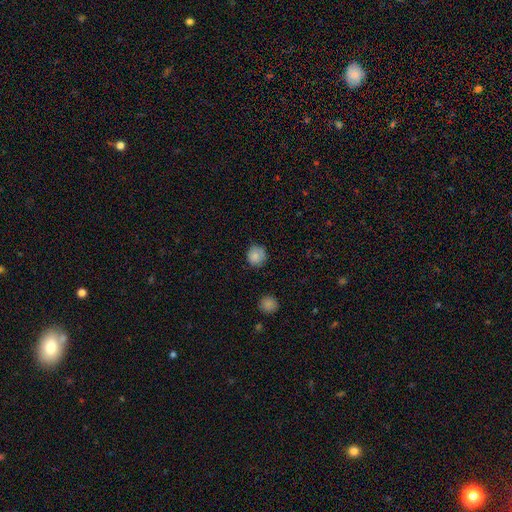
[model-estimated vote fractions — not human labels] Smooth or featured?
  - smooth: 85% *
  - star or artifact: 10%
  - featured or disk: 5%
How rounded?
  - round: 91% *
  - in between: 9%
  - cigar-shaped: 1%
Merging?
  - none: 81% *
  - minor disturbance: 15%
  - major disturbance: 3%
  - merger: 2%